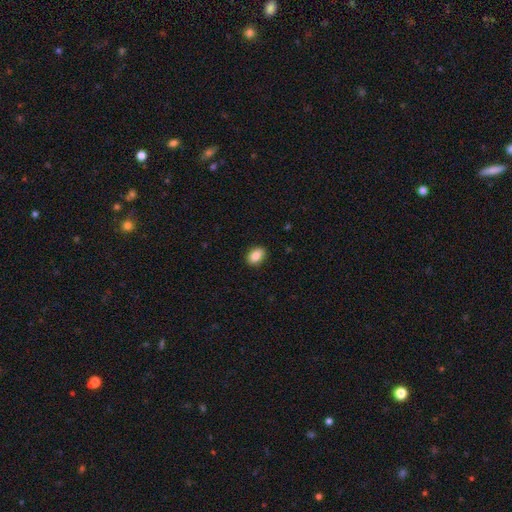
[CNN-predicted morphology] This is clearly a smooth galaxy (86%). How rounded: clearly in between (82%). Merging: clearly none (89%).